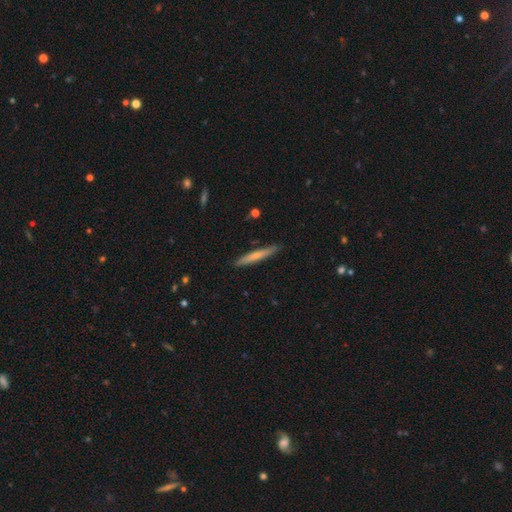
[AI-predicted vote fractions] The model was most divided on "smooth or featured": smooth: 62%, featured or disk: 33%, star or artifact: 5%. More confident: how rounded — cigar-shaped (96%); merging — none (89%).